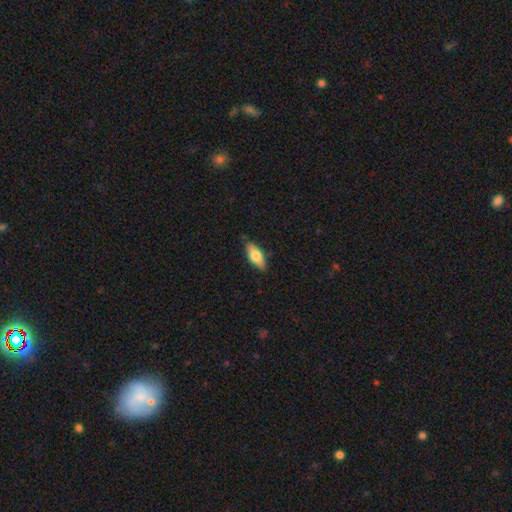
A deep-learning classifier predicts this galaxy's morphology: A smooth galaxy with no disk features (72%) that is in between round and cigar-shaped (76%).

Vote fractions:
- Smooth or featured? smooth: 72% / featured or disk: 22% / star or artifact: 6%
- How rounded? in between: 76% / cigar-shaped: 22% / round: 2%
- Merging? none: 83% / minor disturbance: 13% / major disturbance: 2% / merger: 1%